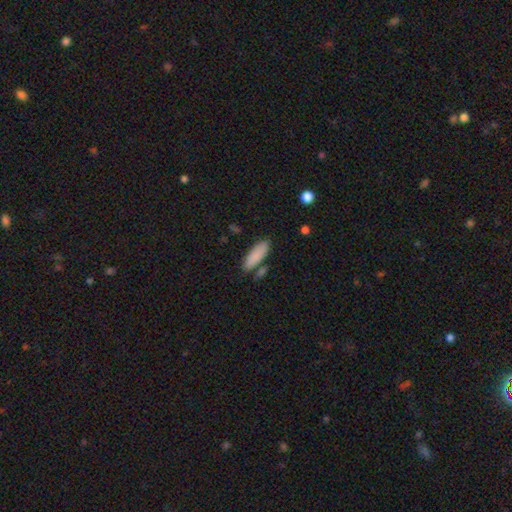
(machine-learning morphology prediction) type=smooth (87%); roundness=in between (61%); merging=none (75%).